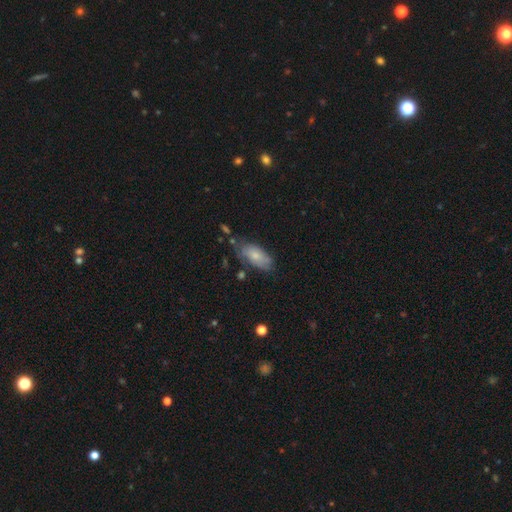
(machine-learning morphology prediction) smooth 68%, featured or disk 25%, star or artifact 7%. Down the decision tree: how rounded — in between (88%); merging — none (58%).